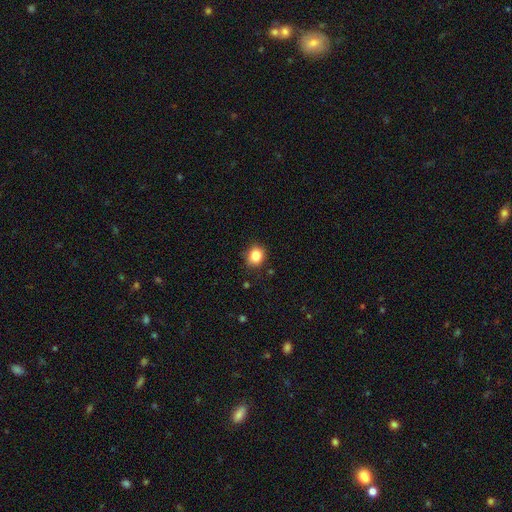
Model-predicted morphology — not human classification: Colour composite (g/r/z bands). It shows a smooth galaxy with no disk features (84%) that is round (71%). Merging: none (85%).